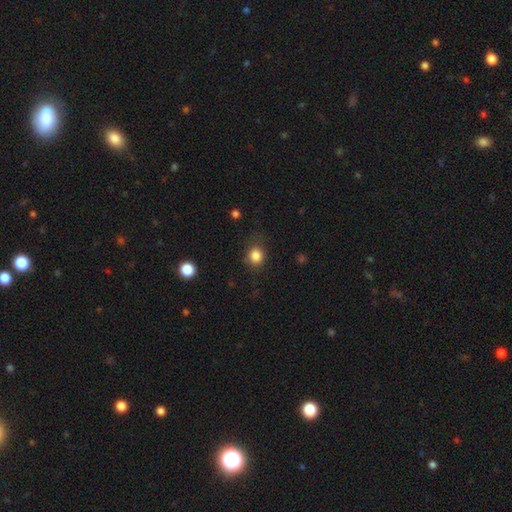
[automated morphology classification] The model was most divided on "how rounded": round: 75%, in between: 24%, cigar-shaped: 1%. More confident: smooth or featured — smooth (85%); merging — none (76%).